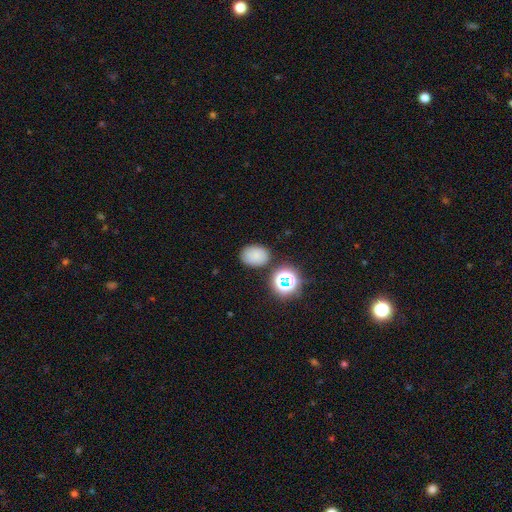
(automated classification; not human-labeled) Smooth or featured? Predicted: smooth (p=0.76). How rounded? Predicted: in between (p=0.65). Merging? Predicted: none (p=0.80).